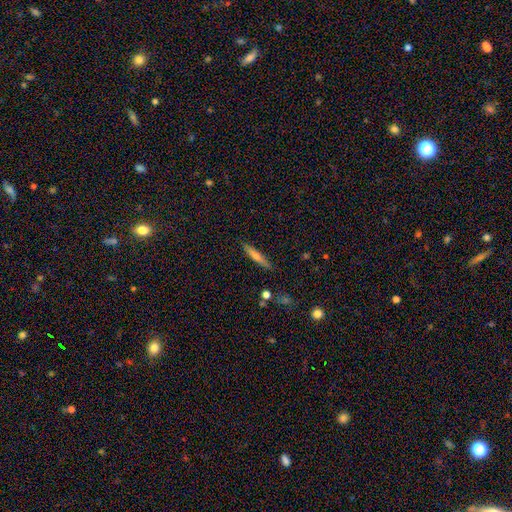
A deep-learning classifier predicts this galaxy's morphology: Smooth or featured: smooth — 48% (featured or disk — 44%)
Merging: none — 88% (minor disturbance — 9%)